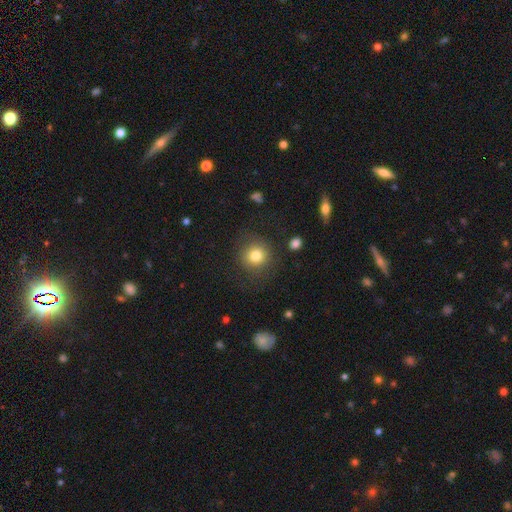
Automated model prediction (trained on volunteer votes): The model was most divided on "smooth or featured": smooth: 80%, star or artifact: 11%, featured or disk: 8%. More confident: how rounded — round (90%); merging — none (83%).